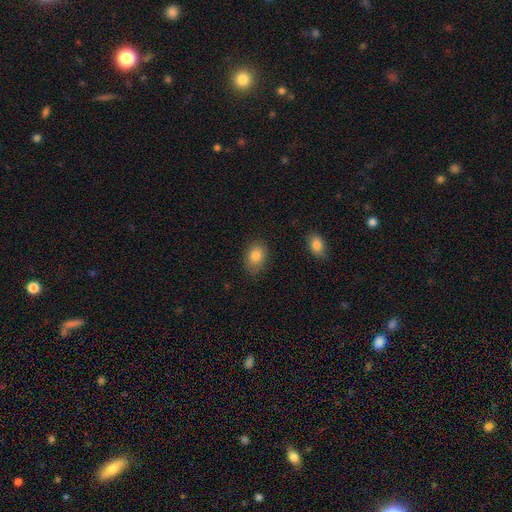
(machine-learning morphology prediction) A smooth galaxy with no disk features (84%) that is in between round and cigar-shaped (69%).

Vote fractions:
- Smooth or featured? smooth: 84% / star or artifact: 9% / featured or disk: 7%
- How rounded? in between: 69% / round: 30% / cigar-shaped: 1%
- Merging? none: 80% / minor disturbance: 16% / major disturbance: 3% / merger: 2%